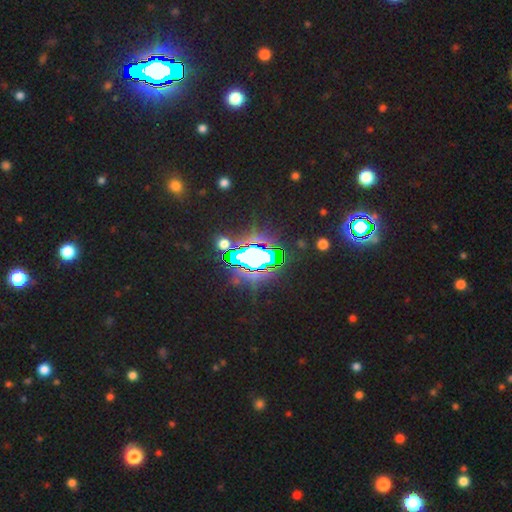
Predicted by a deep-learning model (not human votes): Smooth or featured: star or artifact — 82% (smooth — 10%)